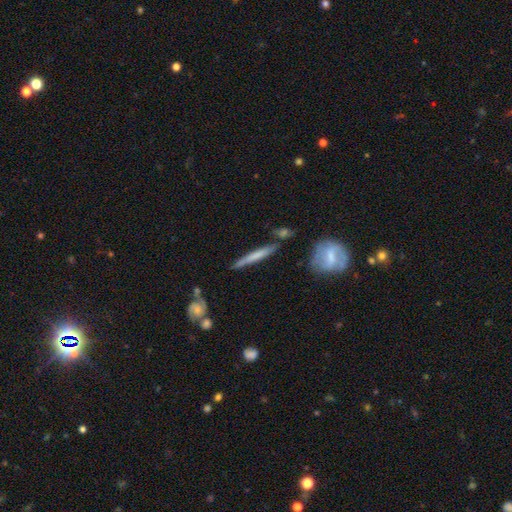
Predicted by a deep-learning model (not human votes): Smooth or featured? smooth (49%)
Merging? none (78%)